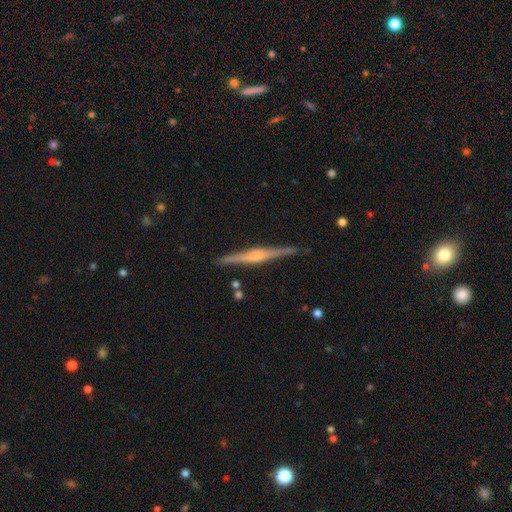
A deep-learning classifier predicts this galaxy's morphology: featured or disk 82%, smooth 13%, star or artifact 5%. Down the decision tree: edge-on disk — yes (98%); edge-on bulge — rounded (70%); merging — none (90%).